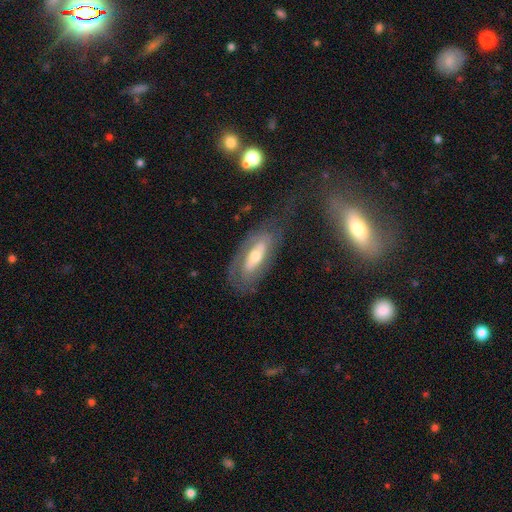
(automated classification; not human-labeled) Smooth or featured?
  - featured or disk: 65% *
  - smooth: 27%
  - star or artifact: 8%
Edge-on disk?
  - no: 81% *
  - yes: 19%
Bar?
  - no: 52% *
  - weak: 28%
  - strong: 20%
Spiral arms?
  - yes: 65% *
  - no: 35%
Bulge size?
  - moderate: 56% *
  - small: 33%
  - large: 7%
  - none: 2%
  - dominant: 1%
Merging?
  - none: 56% *
  - minor disturbance: 21%
  - major disturbance: 19%
  - merger: 4%